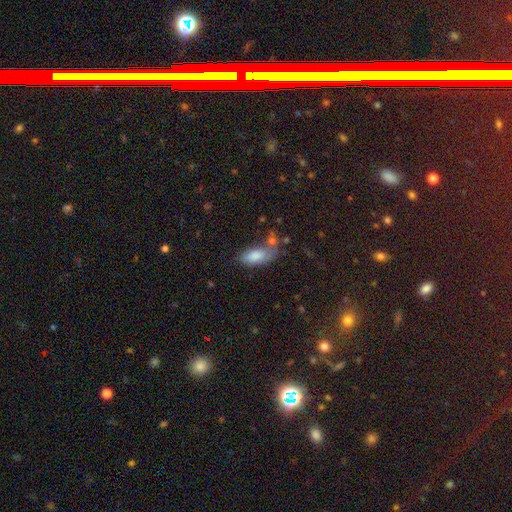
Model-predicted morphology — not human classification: smooth-or-featured: smooth: 81% | featured or disk: 11% | star or artifact: 8%
  how-rounded: in between: 84% | cigar-shaped: 13% | round: 3%
  merging: none: 48% | minor disturbance: 25% | merger: 15% | major disturbance: 12%